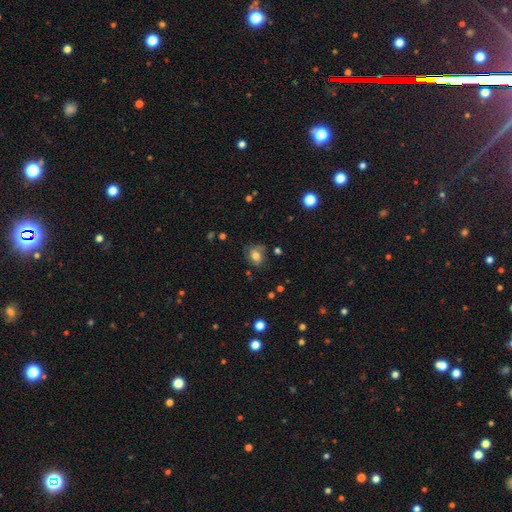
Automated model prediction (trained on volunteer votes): Q: Smooth or featured?
A: smooth (65%); runner-up: featured or disk (22%)
Q: How rounded?
A: in between (50%); runner-up: round (49%)
Q: Merging?
A: none (61%); runner-up: minor disturbance (25%)